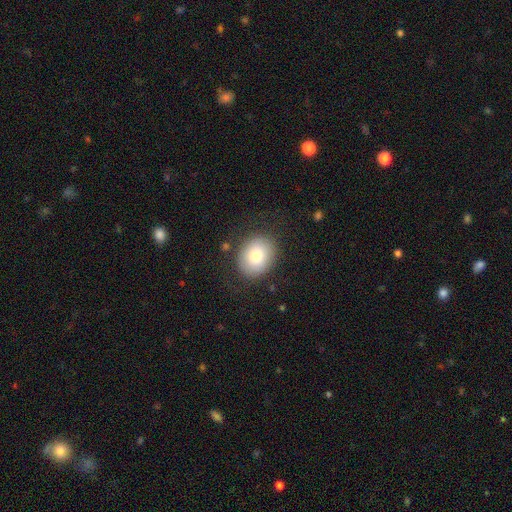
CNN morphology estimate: Smooth or featured? smooth (79%)
How rounded? round (56%)
Merging? none (82%)